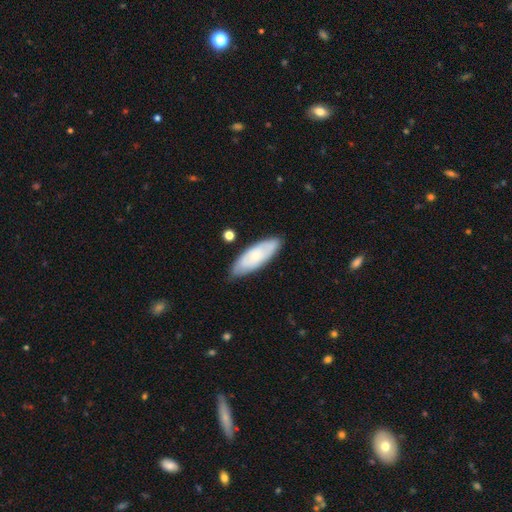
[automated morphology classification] A smooth galaxy with no disk features (57%) that is in between round and cigar-shaped (68%).

Vote fractions:
- Smooth or featured? smooth: 57% / featured or disk: 37% / star or artifact: 6%
- How rounded? in between: 68% / cigar-shaped: 30% / round: 2%
- Merging? none: 77% / minor disturbance: 18% / major disturbance: 3% / merger: 2%